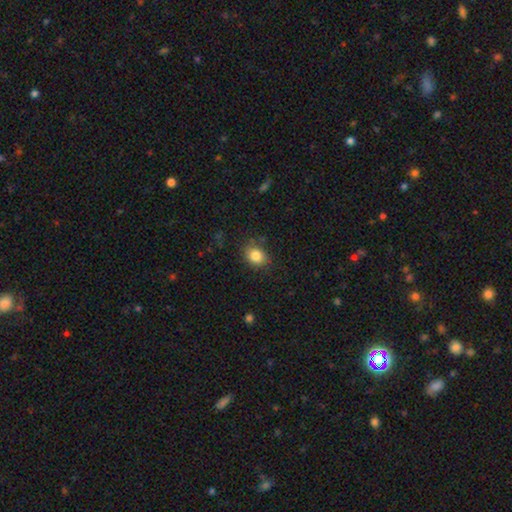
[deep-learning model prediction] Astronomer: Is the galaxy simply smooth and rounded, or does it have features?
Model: smooth — 84%.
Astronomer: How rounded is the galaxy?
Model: round — 57% (runner-up: in between, 42%).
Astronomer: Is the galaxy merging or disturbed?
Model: none — 78%.